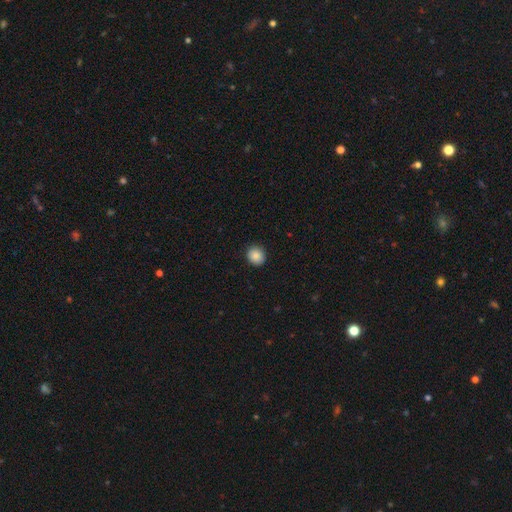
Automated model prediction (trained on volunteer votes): A smooth galaxy with no disk features (87%) that is round (80%). Merging: none (91%).